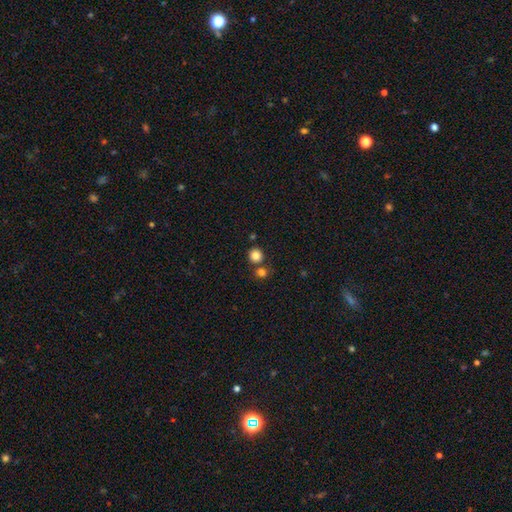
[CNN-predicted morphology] This appears to be a smooth galaxy with no disk features (83%) that is round (90%). Merging: none (72%).